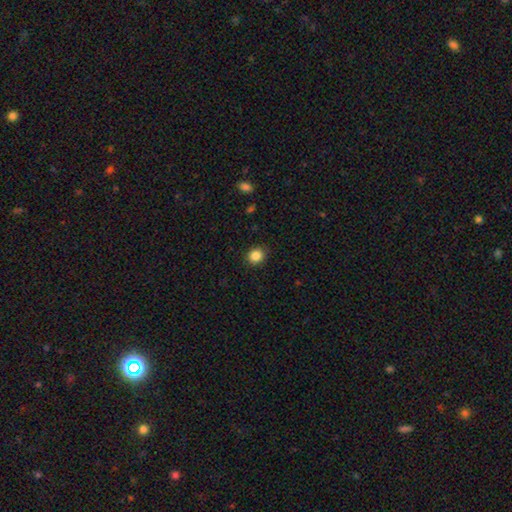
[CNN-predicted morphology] Smooth or featured: smooth — 86% (star or artifact — 10%)
How rounded: round — 79% (in between — 20%)
Merging: none — 89% (minor disturbance — 7%)